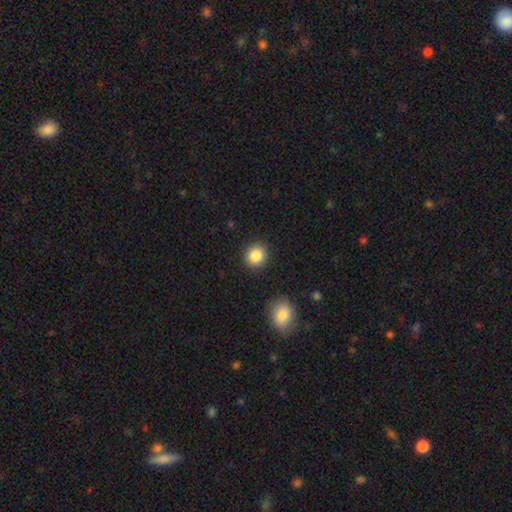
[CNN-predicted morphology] smooth-or-featured: smooth: 86% | star or artifact: 9% | featured or disk: 4%
  how-rounded: round: 83% | in between: 16% | cigar-shaped: 1%
  merging: none: 90% | minor disturbance: 7% | major disturbance: 2% | merger: 2%